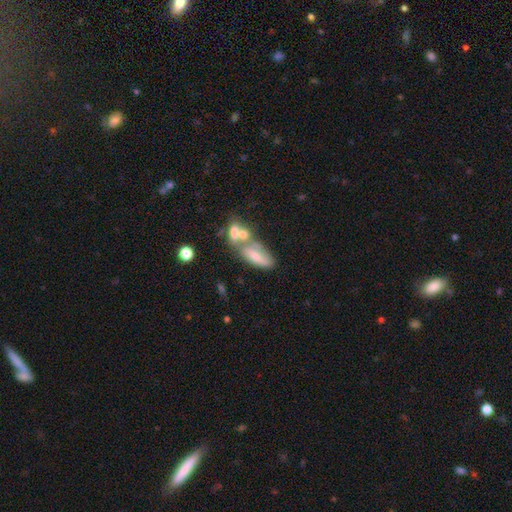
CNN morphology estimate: smooth-or-featured: smooth: 60% | featured or disk: 32% | star or artifact: 9%
  how-rounded: in between: 75% | cigar-shaped: 21% | round: 4%
  merging: merger: 53% | none: 26% | minor disturbance: 13% | major disturbance: 8%